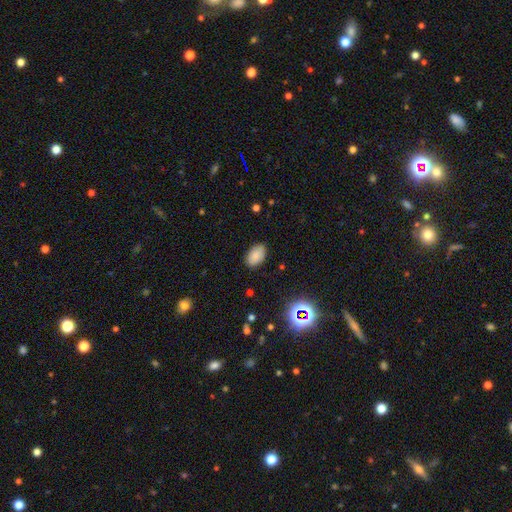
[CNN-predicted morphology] Smooth or featured? Predicted: smooth (p=0.83). How rounded? Predicted: in between (p=0.92). Merging? Predicted: none (p=0.86).